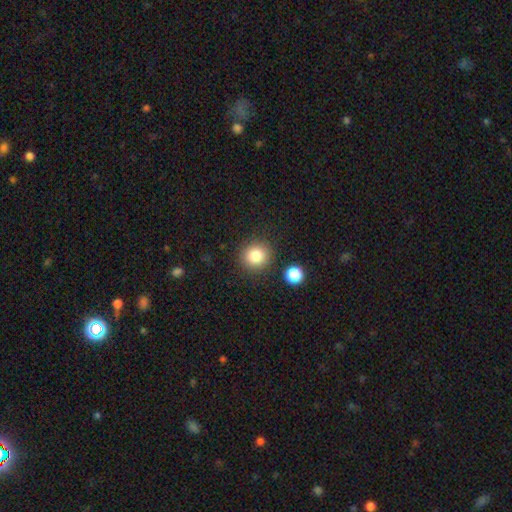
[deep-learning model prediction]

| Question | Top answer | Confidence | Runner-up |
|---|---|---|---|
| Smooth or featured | smooth | 83% | star or artifact (11%) |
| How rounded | round | 89% | in between (10%) |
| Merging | none | 86% | minor disturbance (7%) |